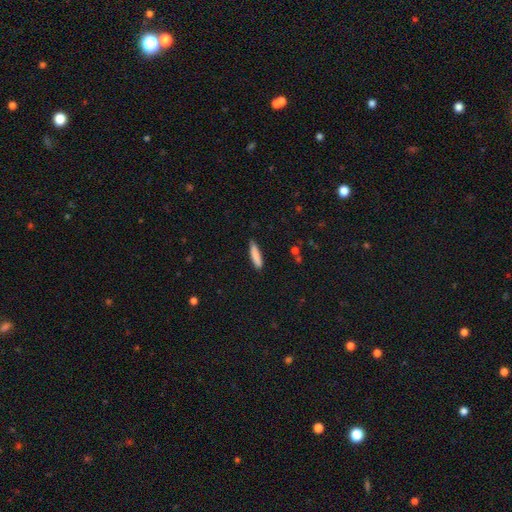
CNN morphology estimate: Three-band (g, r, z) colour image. It shows a smooth galaxy with no disk features (84%) that is cigar-shaped (78%). Merging: none (80%).